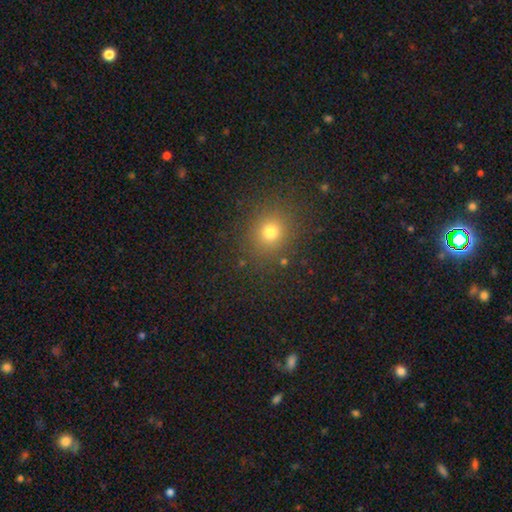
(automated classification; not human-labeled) This appears to be a smooth galaxy with no disk features (62%) that is round (87%). Merging: none (91%).